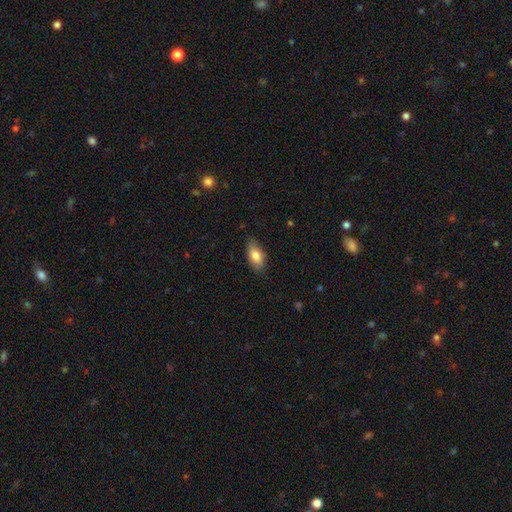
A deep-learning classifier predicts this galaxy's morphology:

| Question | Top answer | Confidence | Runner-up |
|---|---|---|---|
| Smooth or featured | smooth | 82% | featured or disk (12%) |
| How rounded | in between | 89% | cigar-shaped (7%) |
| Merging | none | 79% | minor disturbance (17%) |